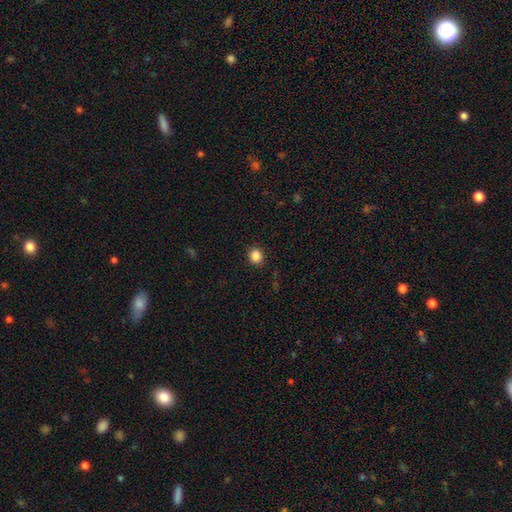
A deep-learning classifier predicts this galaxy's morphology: smooth 86%, star or artifact 11%, featured or disk 3%. Down the decision tree: how rounded — round (76%); merging — none (90%).